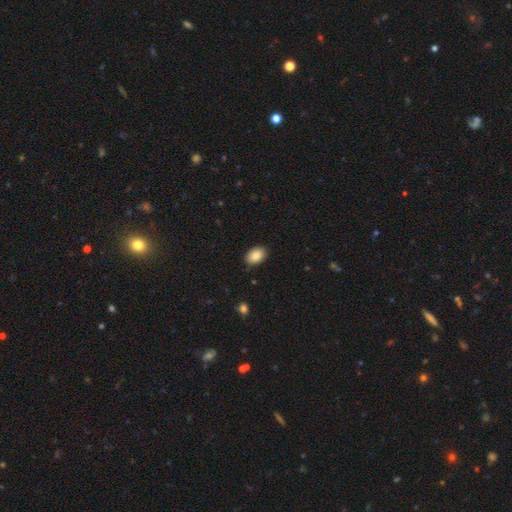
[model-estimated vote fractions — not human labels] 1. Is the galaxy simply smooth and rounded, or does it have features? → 87% smooth, 7% star or artifact, 6% featured or disk.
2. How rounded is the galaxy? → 87% in between, 12% round, 1% cigar-shaped.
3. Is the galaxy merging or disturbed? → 87% none, 10% minor disturbance, 2% major disturbance, 1% merger.